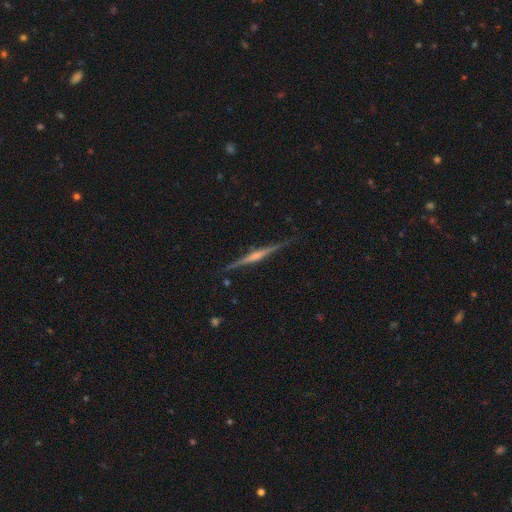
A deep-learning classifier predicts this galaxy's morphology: Overall: featured or disk (81%). Edge-on disk: yes (98%). Edge-on bulge: rounded (68%). Merging: none (89%).